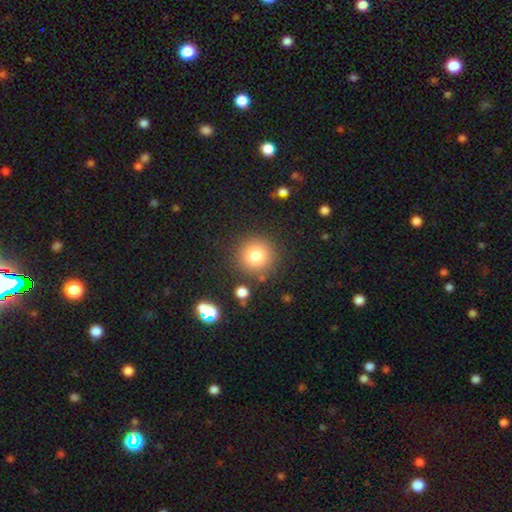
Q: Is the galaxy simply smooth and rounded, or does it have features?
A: smooth — 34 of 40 (85%).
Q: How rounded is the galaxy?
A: round — 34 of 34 (100%).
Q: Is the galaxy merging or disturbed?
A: none — 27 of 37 (73%).